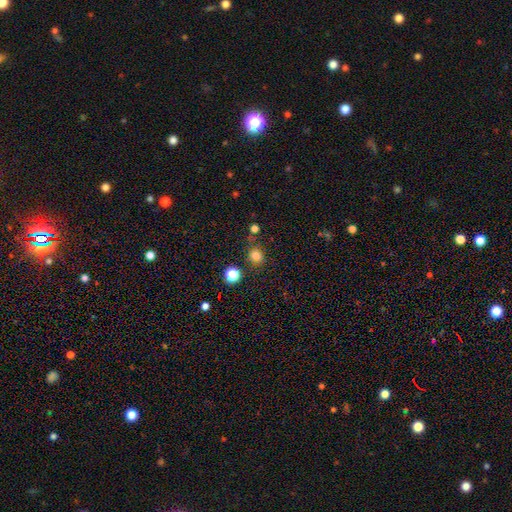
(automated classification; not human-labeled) Smooth or featured? Predicted: smooth (p=0.79). How rounded? Predicted: round (p=0.81). Merging? Predicted: none (p=0.77).